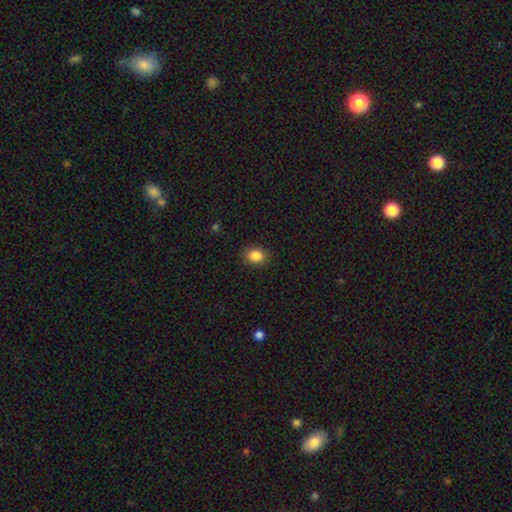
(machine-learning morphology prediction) Smooth or featured: smooth — 86% (star or artifact — 10%)
How rounded: round — 52% (in between — 47%)
Merging: none — 88% (minor disturbance — 9%)